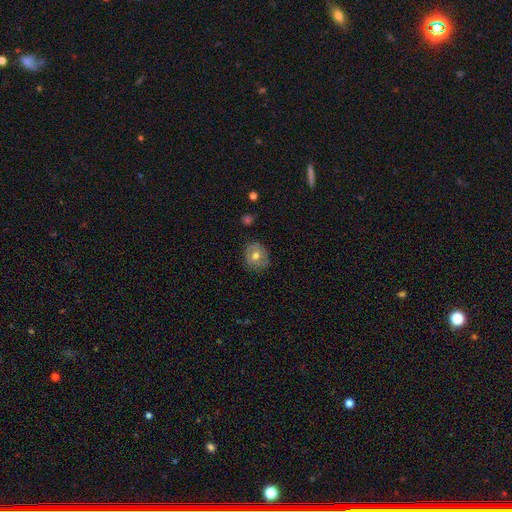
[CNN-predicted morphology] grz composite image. It shows a smooth galaxy with no disk features (56%) that is round (77%). Merging: none (79%).